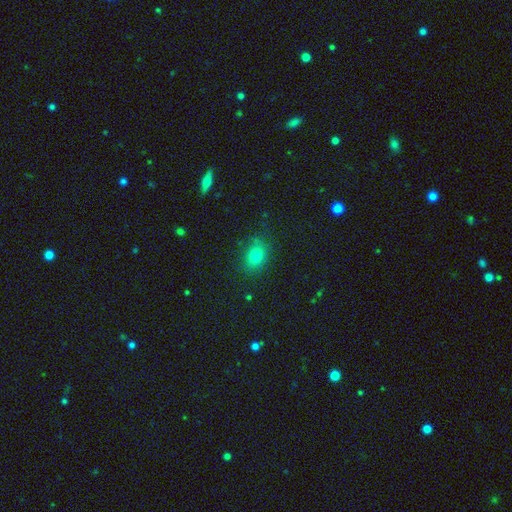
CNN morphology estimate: This appears to be a smooth galaxy with no disk features (79%) that is in between round and cigar-shaped (66%). Merging: none (82%).